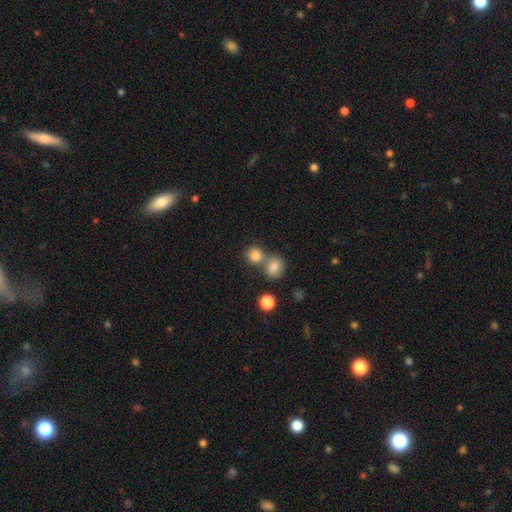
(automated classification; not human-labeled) This is clearly a smooth galaxy (81%). How rounded: clearly round (84%). Merging: possibly none (50%).